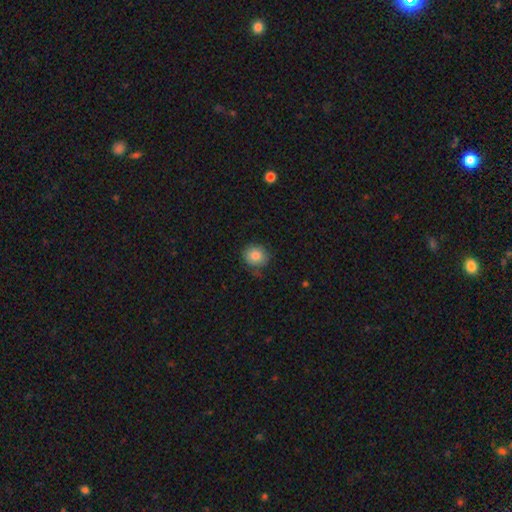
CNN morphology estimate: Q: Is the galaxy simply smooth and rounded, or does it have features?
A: smooth — 84%.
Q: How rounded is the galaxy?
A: round — 87%.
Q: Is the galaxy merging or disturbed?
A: none — 75%.